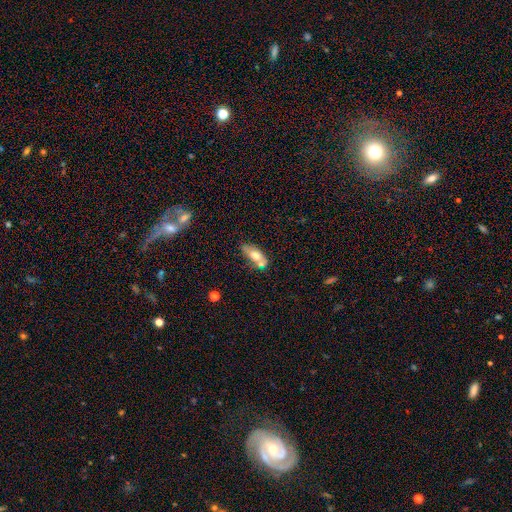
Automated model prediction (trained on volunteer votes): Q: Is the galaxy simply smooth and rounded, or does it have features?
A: smooth — 61%.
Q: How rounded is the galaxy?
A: in between — 75%.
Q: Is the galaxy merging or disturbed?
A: none — 51%.